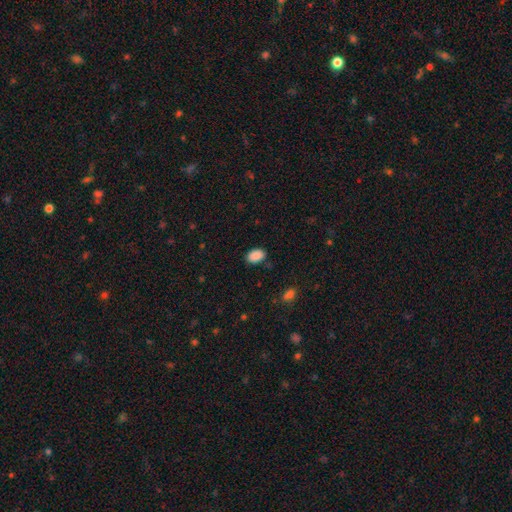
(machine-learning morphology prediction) This appears to be a smooth galaxy with no disk features (89%) that is in between round and cigar-shaped (87%). Merging: none (85%).